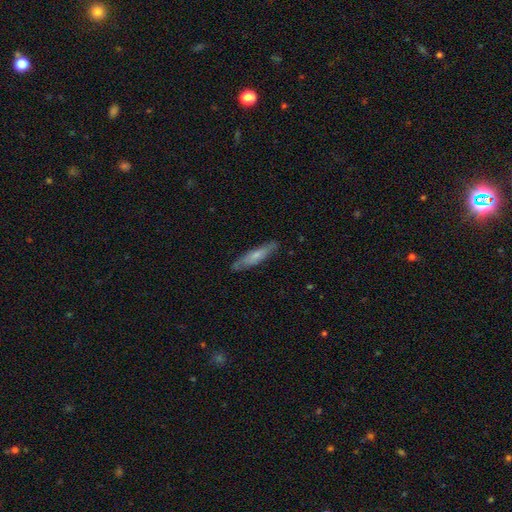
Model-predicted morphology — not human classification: This is possibly a smooth galaxy (54%). How rounded: clearly cigar-shaped (83%). Merging: clearly none (81%).